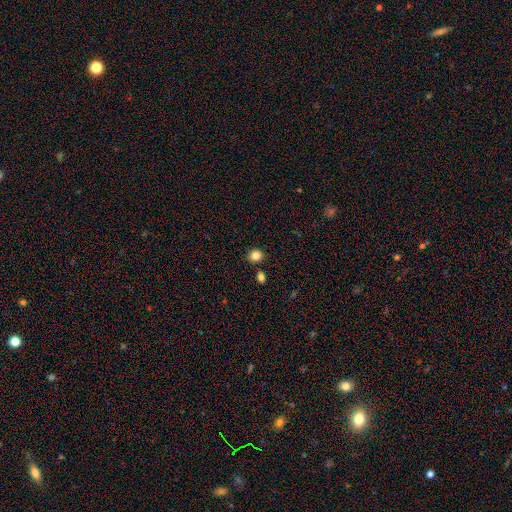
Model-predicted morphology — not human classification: The model was most divided on "how rounded": round: 76%, in between: 23%, cigar-shaped: 1%. More confident: smooth or featured — smooth (84%); merging — none (84%).